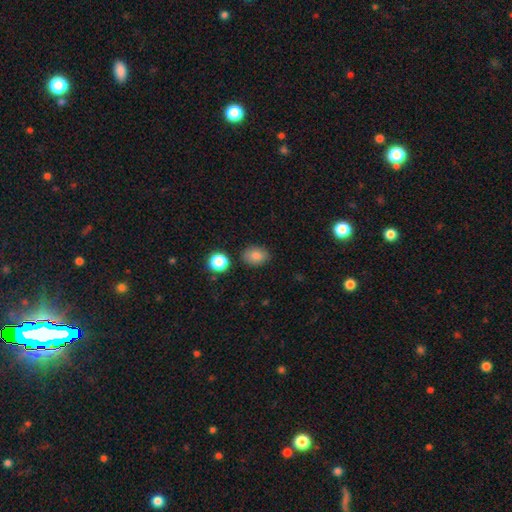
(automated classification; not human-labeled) Overall: smooth (83%). How rounded: in between (66%; round 33%). Merging: none (83%).